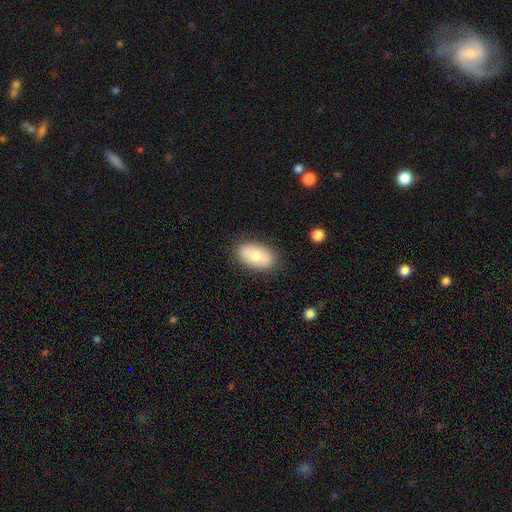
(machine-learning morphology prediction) A smooth galaxy with no disk features (71%) that is in between round and cigar-shaped (93%). Merging: none (83%).